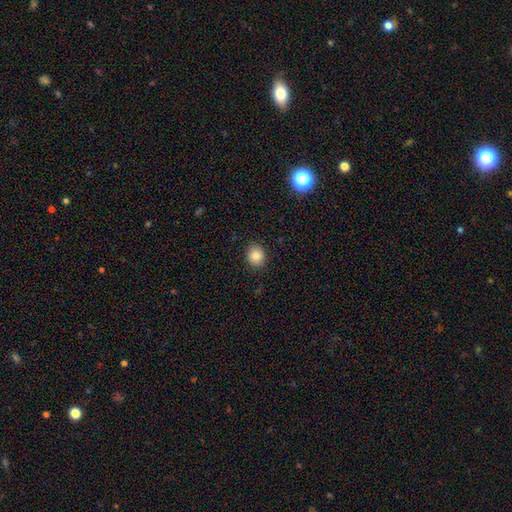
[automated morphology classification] type=smooth (83%); roundness=round (70%); merging=none (90%).